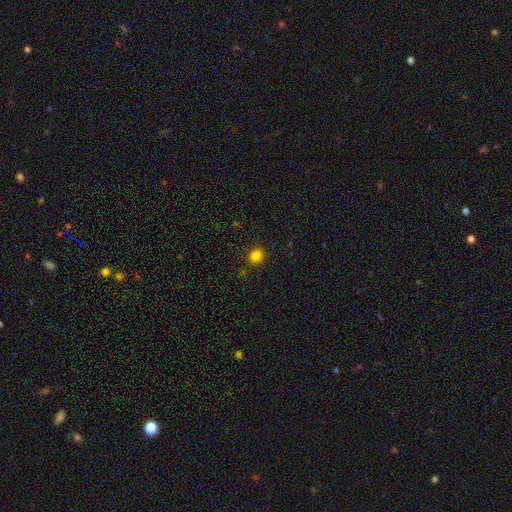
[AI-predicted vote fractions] Overall: smooth (82%). How rounded: round (81%). Merging: none (88%).